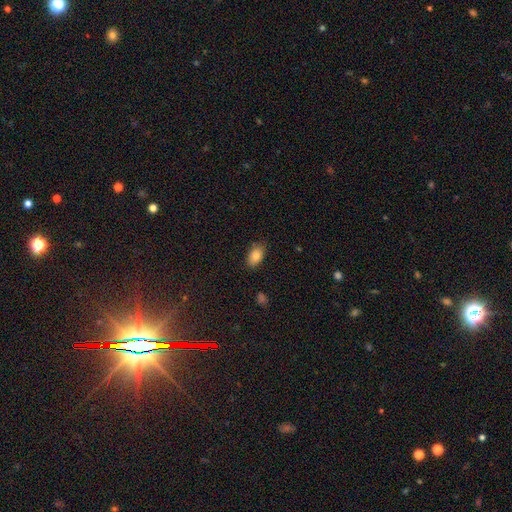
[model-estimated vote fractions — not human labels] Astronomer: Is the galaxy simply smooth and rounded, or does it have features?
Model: smooth — 83%.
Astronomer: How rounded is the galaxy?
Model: in between — 91%.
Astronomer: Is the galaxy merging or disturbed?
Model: none — 81%.